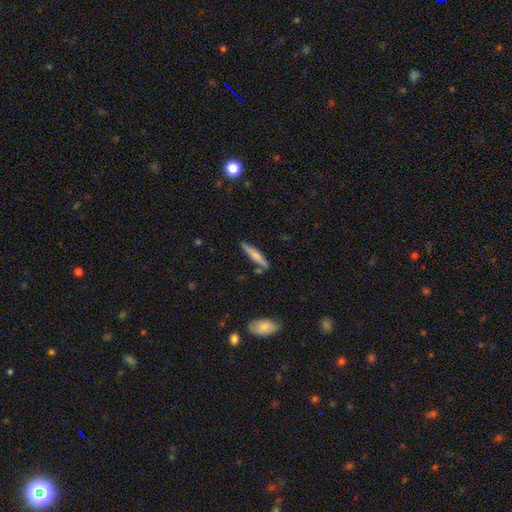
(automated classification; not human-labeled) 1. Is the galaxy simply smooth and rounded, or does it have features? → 67% smooth, 27% featured or disk, 6% star or artifact.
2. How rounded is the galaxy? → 90% cigar-shaped, 8% in between, 2% round.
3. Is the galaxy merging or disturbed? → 78% none, 14% minor disturbance, 5% merger, 3% major disturbance.